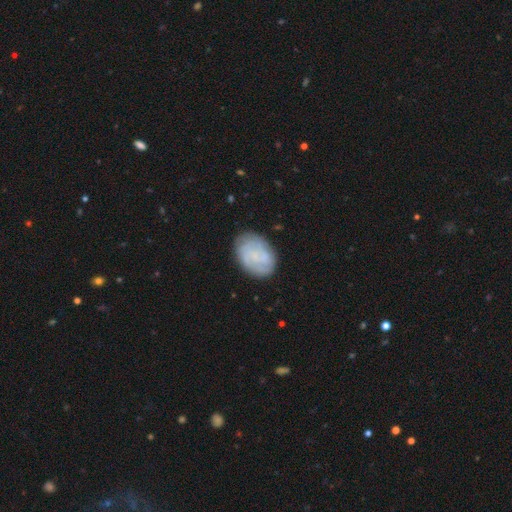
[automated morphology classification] smooth-or-featured: featured or disk: 49% | smooth: 43% | star or artifact: 8%
  merging: none: 77% | minor disturbance: 17% | major disturbance: 5% | merger: 1%